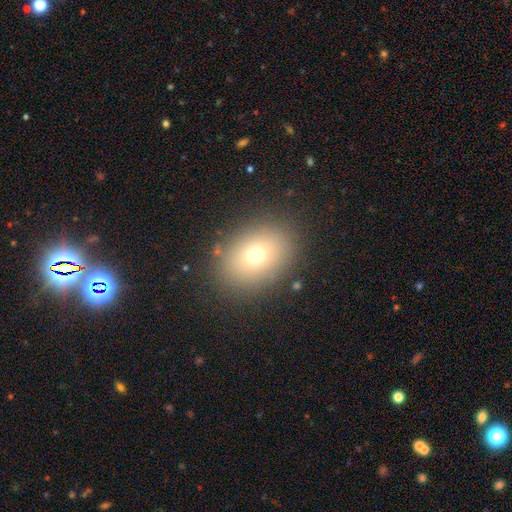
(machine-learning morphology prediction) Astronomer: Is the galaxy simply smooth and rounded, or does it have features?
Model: smooth — 71%.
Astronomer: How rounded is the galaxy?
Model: in between — 65%.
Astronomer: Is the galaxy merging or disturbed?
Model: none — 86%.